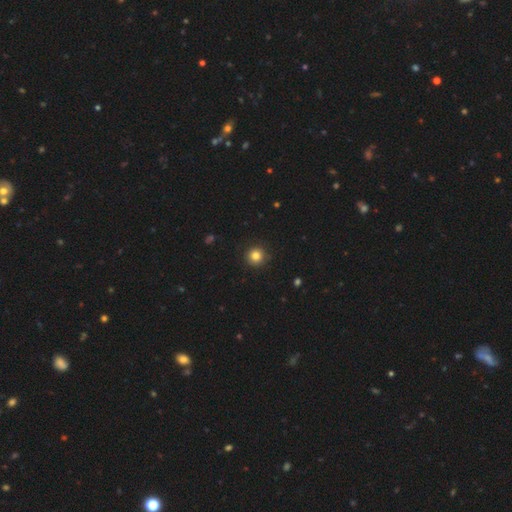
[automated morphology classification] Overall: smooth (83%). How rounded: round (95%). Merging: none (90%).